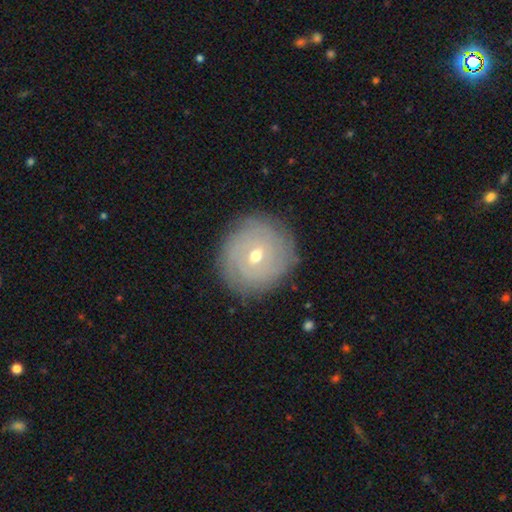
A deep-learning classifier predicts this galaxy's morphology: A featured or disk galaxy (69%) with no bar (56%), tight (84%) spiral arms (82%) and a moderate central bulge (52%). Merging: none (85%).